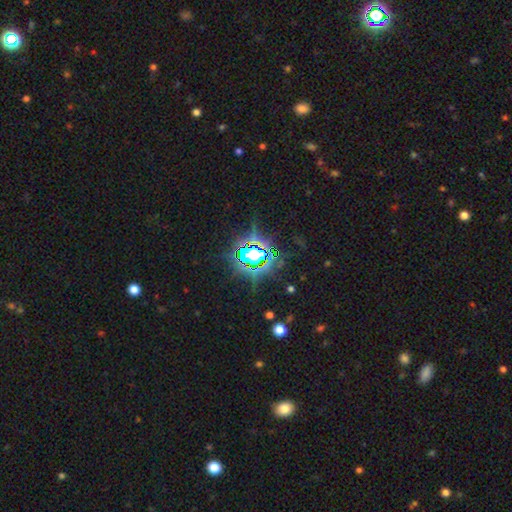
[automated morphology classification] Smooth or featured? Predicted: star or artifact (p=0.76).